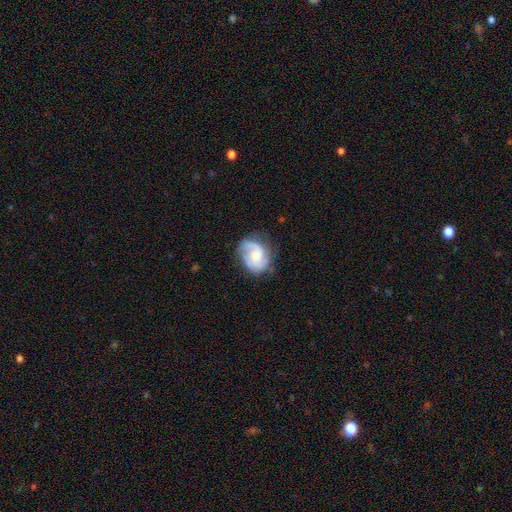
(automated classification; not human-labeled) This is likely a featured or disk galaxy (69%). It is clearly not viewed edge-on (98%). Bar: likely no (64%). Spiral arm pattern: clearly yes (92%). Spiral arm count: likely 2 (62%). Spiral winding: marginally medium (44%). Central bulge: marginally moderate (41%). Merging: likely none (64%).